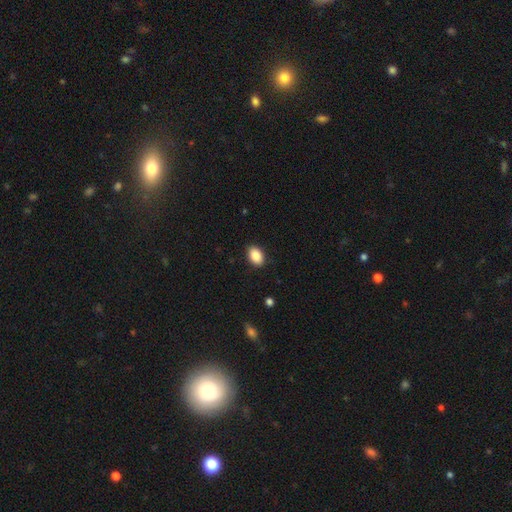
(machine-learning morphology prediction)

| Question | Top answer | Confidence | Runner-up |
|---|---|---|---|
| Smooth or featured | smooth | 89% | star or artifact (7%) |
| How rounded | in between | 86% | round (13%) |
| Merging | none | 89% | minor disturbance (8%) |